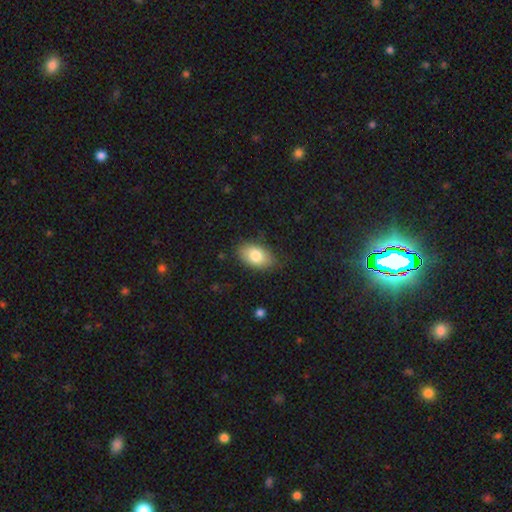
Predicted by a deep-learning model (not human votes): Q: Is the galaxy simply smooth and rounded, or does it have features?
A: smooth — 80%.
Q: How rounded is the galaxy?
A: in between — 91%.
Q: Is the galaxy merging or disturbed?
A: none — 79%.